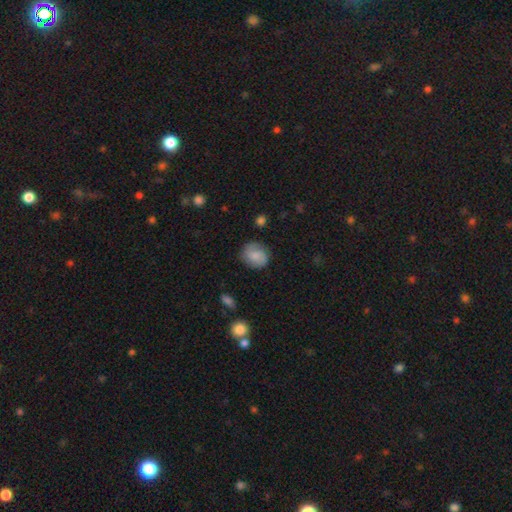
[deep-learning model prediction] A smooth galaxy with no disk features (73%) that is round (72%). Merging: none (75%).